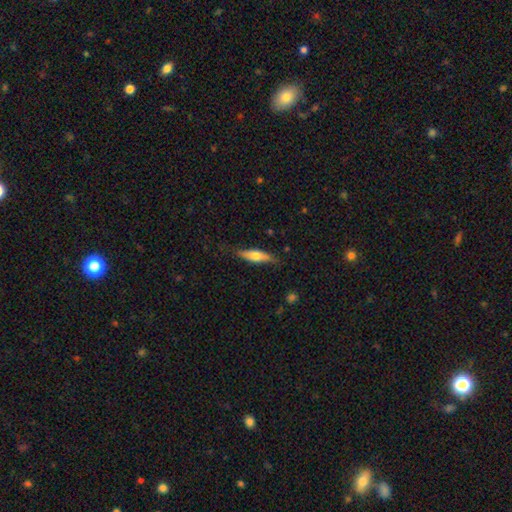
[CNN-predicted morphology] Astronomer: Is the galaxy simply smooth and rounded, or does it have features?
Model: smooth — 56% (runner-up: featured or disk, 38%).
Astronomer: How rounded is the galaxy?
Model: cigar-shaped — 60% (runner-up: in between, 37%).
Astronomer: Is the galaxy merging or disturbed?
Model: none — 77%.